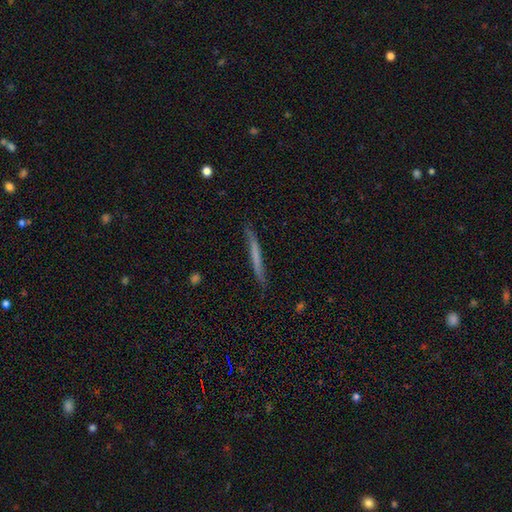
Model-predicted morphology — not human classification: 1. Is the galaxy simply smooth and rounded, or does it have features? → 52% smooth, 42% featured or disk, 6% star or artifact.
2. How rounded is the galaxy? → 96% cigar-shaped, 2% in between, 1% round.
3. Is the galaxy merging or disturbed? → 83% none, 13% minor disturbance, 3% major disturbance, 1% merger.